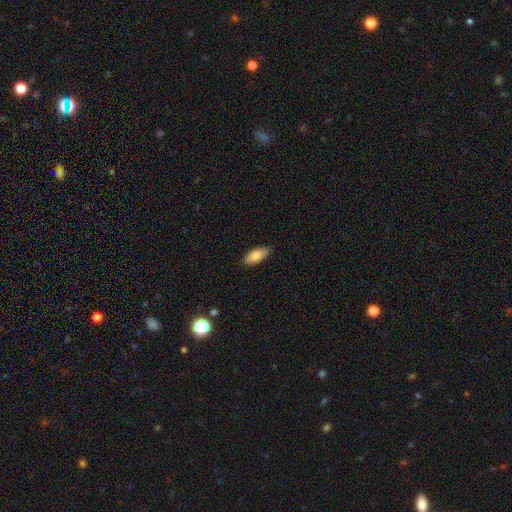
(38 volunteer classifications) A smooth galaxy with no disk features (87%) that is in between round and cigar-shaped (88%).

Vote fractions:
- Smooth or featured? smooth: 87% / featured or disk: 8% / star or artifact: 5%
- How rounded? in between: 88% / cigar-shaped: 12% / round: 0%
- Merging? none: 72% / minor disturbance: 28% / major disturbance: 0% / merger: 0%